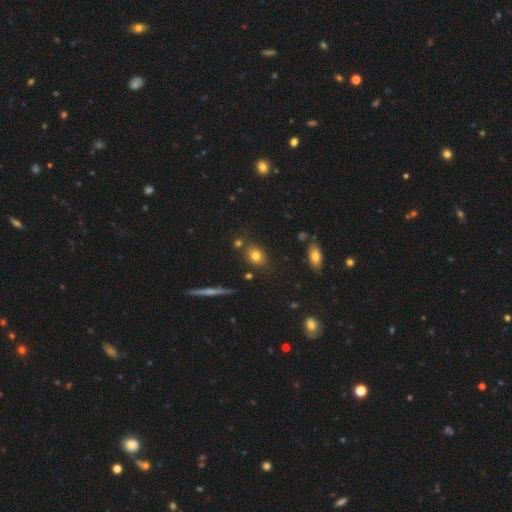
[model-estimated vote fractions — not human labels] The model was most divided on "how rounded": in between: 54%, round: 42%, cigar-shaped: 4%. More confident: merging — none (78%); smooth or featured — smooth (77%).